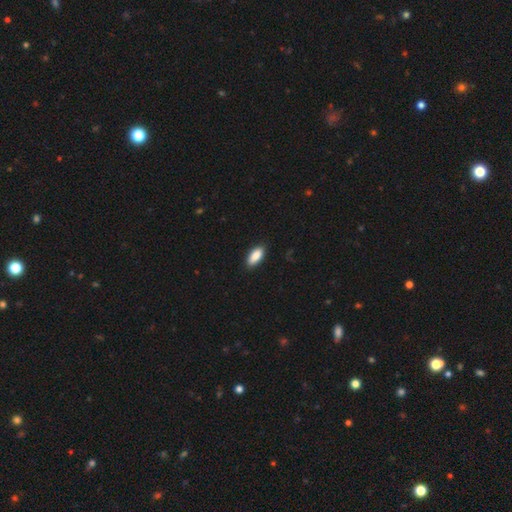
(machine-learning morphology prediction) Smooth or featured?
  - smooth: 89% *
  - star or artifact: 6%
  - featured or disk: 4%
How rounded?
  - in between: 88% *
  - cigar-shaped: 10%
  - round: 2%
Merging?
  - none: 88% *
  - minor disturbance: 9%
  - major disturbance: 2%
  - merger: 1%